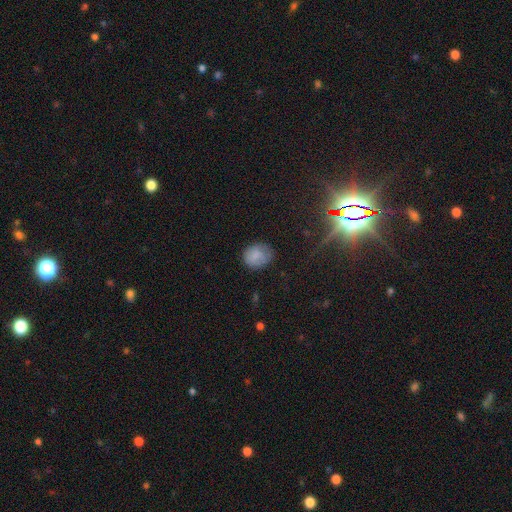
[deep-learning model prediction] A smooth galaxy with no disk features (79%) that is round (64%).

Vote fractions:
- Smooth or featured? smooth: 79% / featured or disk: 11% / star or artifact: 10%
- How rounded? round: 64% / in between: 35% / cigar-shaped: 1%
- Merging? none: 72% / minor disturbance: 21% / major disturbance: 6% / merger: 1%